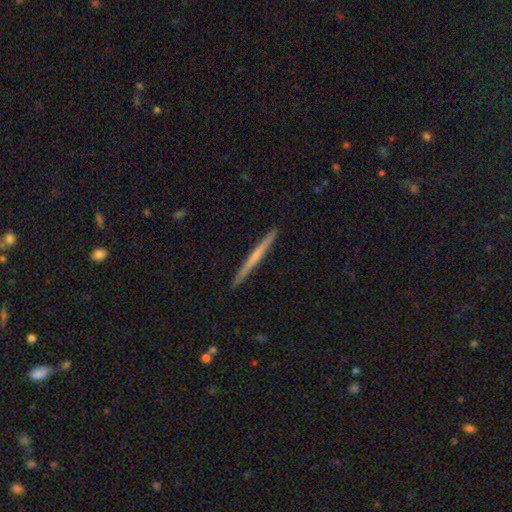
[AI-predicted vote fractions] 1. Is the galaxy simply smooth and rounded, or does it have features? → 56% featured or disk, 39% smooth, 5% star or artifact.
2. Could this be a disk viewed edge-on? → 98% yes, 2% no.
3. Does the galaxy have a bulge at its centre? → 69% none, 26% rounded, 5% boxy.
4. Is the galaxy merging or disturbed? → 92% none, 6% minor disturbance, 1% major disturbance, 1% merger.